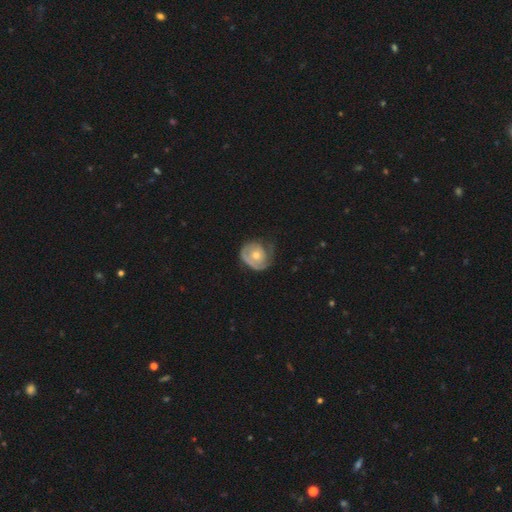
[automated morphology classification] Smooth or featured? featured or disk (68%)
Edge-on disk? no (97%)
Bar? no (83%)
Spiral arms? yes (78%)
Spiral winding? tight (65%)
Spiral arm count? 1 (56%)
Bulge size? moderate (62%)
Merging? none (54%)